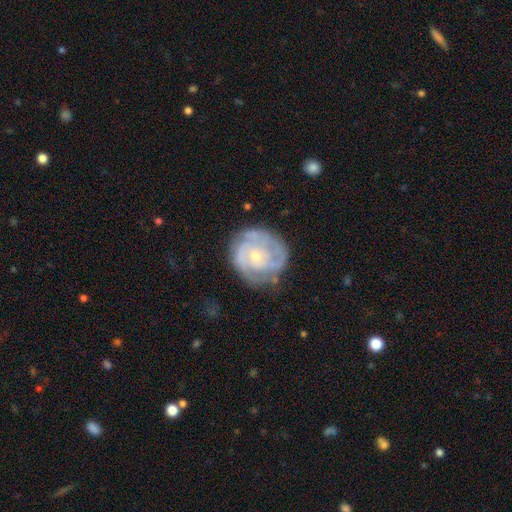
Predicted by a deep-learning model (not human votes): Overall: featured or disk (79%). Edge-on disk: no (98%). Bar: no (78%). Spiral arms: yes (88%). Spiral arm count: can't tell (32%; 2 30%). Spiral winding: tight (63%; medium 29%). Bulge size: small (67%; moderate 29%). Merging: none (67%).